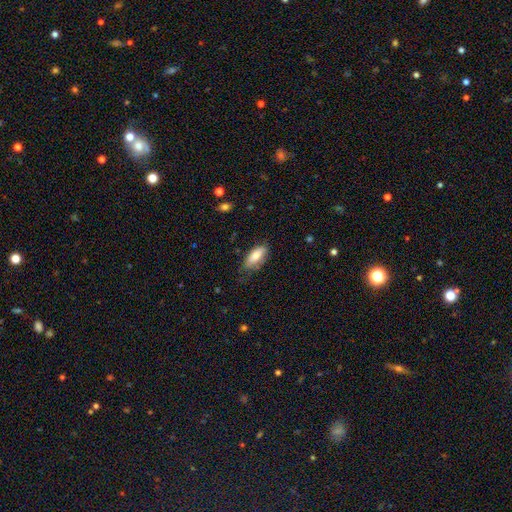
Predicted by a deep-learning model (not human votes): Smooth or featured: smooth — 80% (featured or disk — 14%)
How rounded: in between — 85% (cigar-shaped — 13%)
Merging: none — 64% (minor disturbance — 27%)